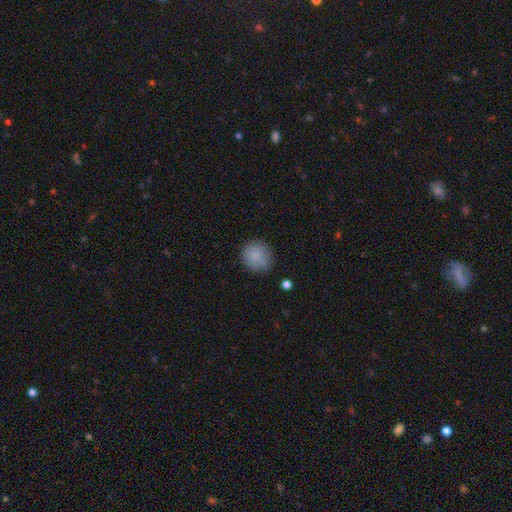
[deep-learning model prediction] Overall: smooth (85%). How rounded: round (90%). Merging: none (78%).